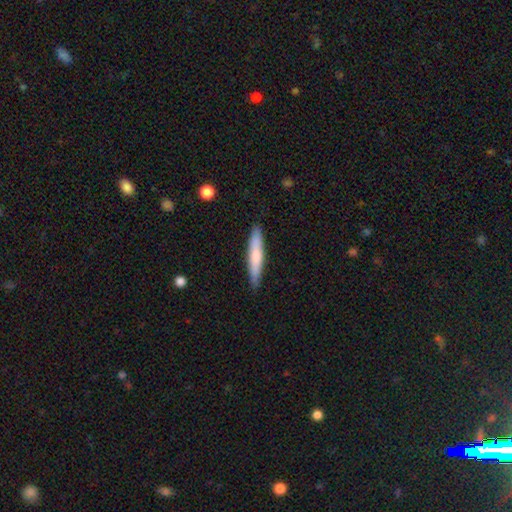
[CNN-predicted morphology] This is likely a smooth galaxy (69%). How rounded: clearly cigar-shaped (91%). Merging: clearly none (88%).